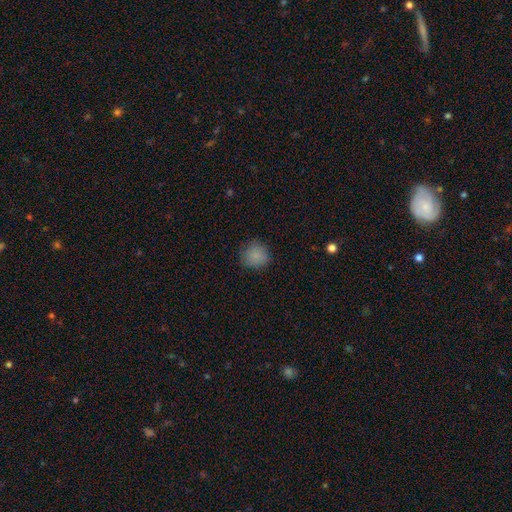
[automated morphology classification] smooth-or-featured: smooth: 84% | star or artifact: 10% | featured or disk: 5%
  how-rounded: round: 87% | in between: 12% | cigar-shaped: 1%
  merging: none: 81% | minor disturbance: 14% | major disturbance: 4% | merger: 1%